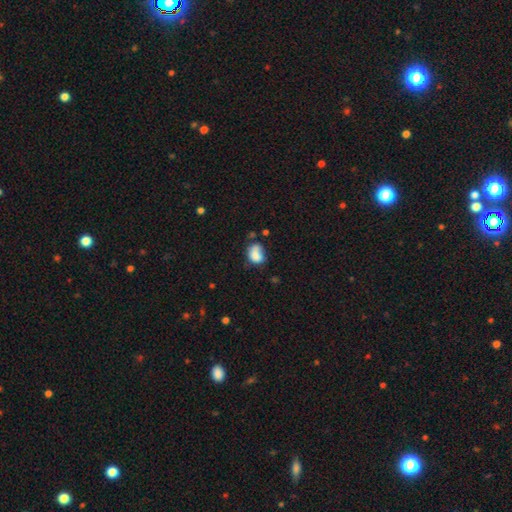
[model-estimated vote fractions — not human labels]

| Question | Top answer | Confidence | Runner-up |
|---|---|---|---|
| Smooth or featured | smooth | 78% | featured or disk (13%) |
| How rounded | in between | 66% | round (33%) |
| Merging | none | 38% | minor disturbance (33%) |